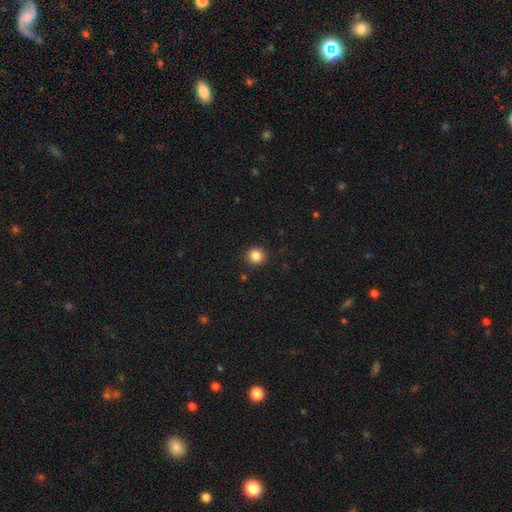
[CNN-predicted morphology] Smooth or featured? Predicted: smooth (p=0.85). How rounded? Predicted: round (p=0.89). Merging? Predicted: none (p=0.89).